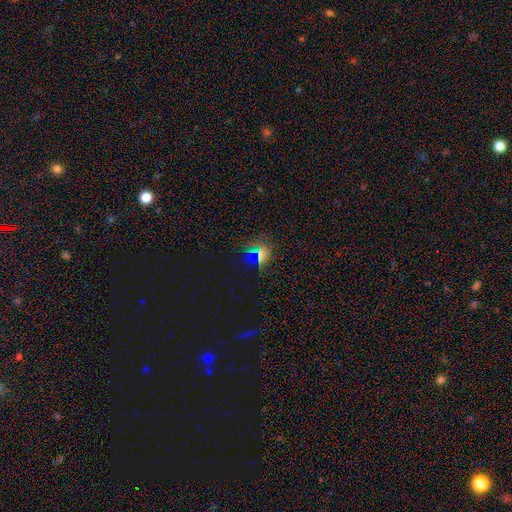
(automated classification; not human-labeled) Smooth or featured: smooth — 51% (star or artifact — 41%)
How rounded: round — 72% (in between — 23%)
Merging: none — 81% (minor disturbance — 10%)